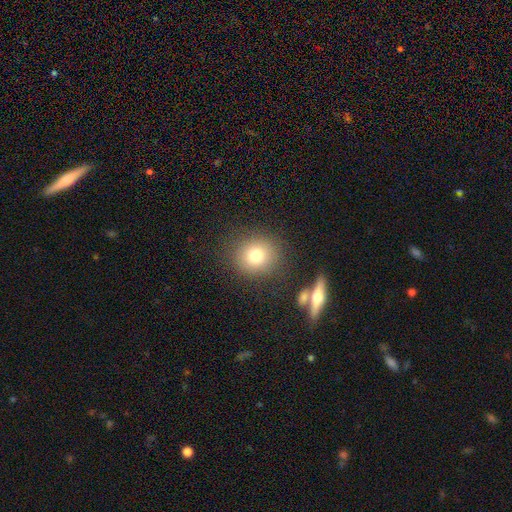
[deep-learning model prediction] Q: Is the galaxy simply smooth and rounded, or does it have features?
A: smooth — 77%.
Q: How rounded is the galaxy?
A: round — 86%.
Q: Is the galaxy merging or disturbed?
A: none — 83%.